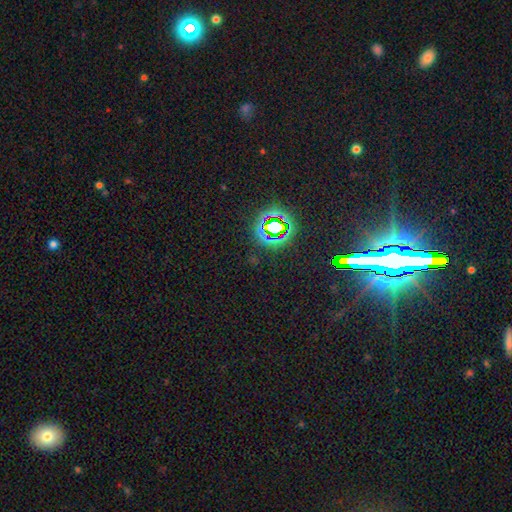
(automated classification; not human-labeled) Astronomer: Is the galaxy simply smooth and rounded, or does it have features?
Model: star or artifact — 77%.